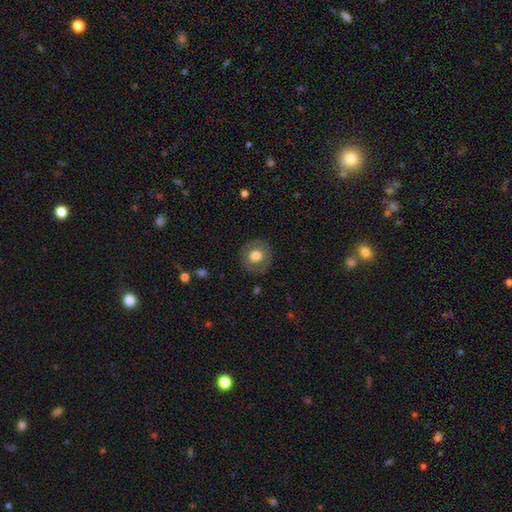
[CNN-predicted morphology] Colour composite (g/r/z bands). It shows a smooth galaxy with no disk features (64%) that is round (89%). Merging: none (85%).